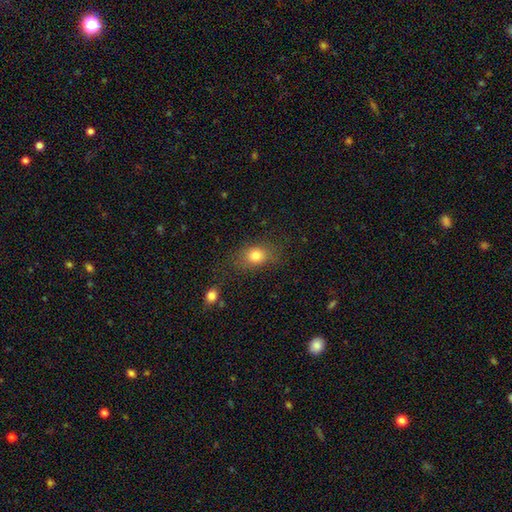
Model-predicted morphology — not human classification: Smooth or featured? smooth (79%)
How rounded? in between (50%)
Merging? none (74%)